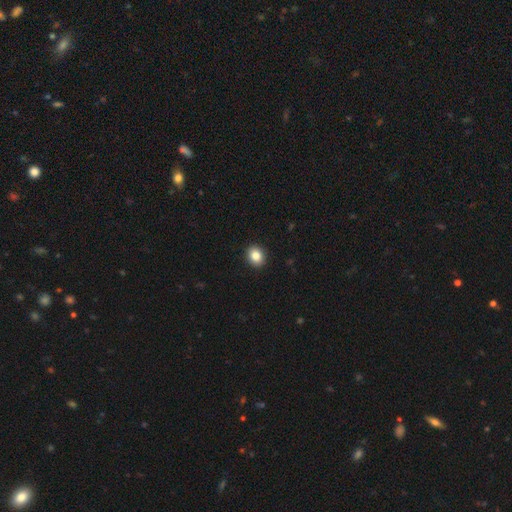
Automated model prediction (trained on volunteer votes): Smooth or featured? Predicted: smooth (p=0.84). How rounded? Predicted: round (p=0.64). Merging? Predicted: none (p=0.92).